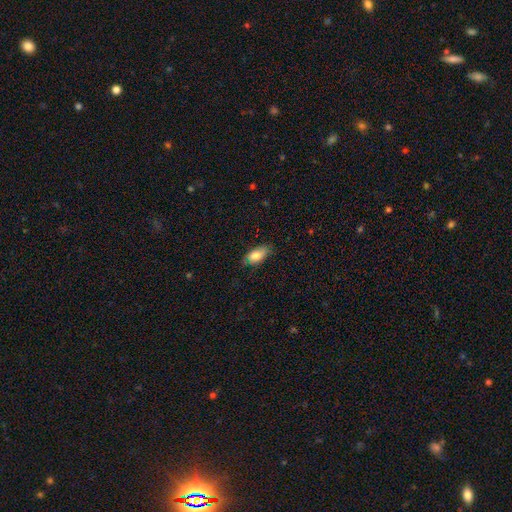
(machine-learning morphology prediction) Smooth or featured? Predicted: smooth (p=0.80). How rounded? Predicted: in between (p=0.89). Merging? Predicted: none (p=0.72).